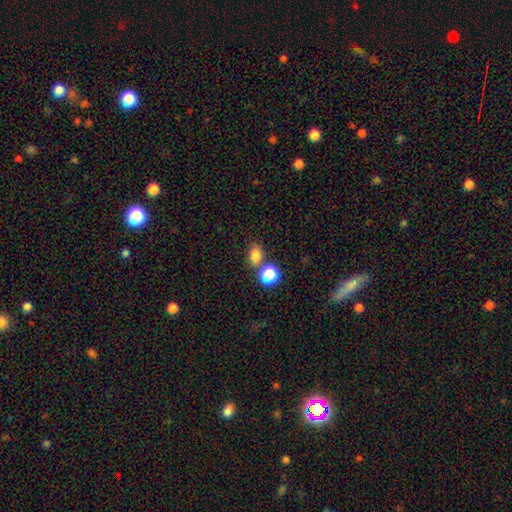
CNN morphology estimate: Q: Smooth or featured?
A: smooth (80%); runner-up: star or artifact (13%)
Q: How rounded?
A: in between (60%); runner-up: round (38%)
Q: Merging?
A: none (60%); runner-up: merger (26%)